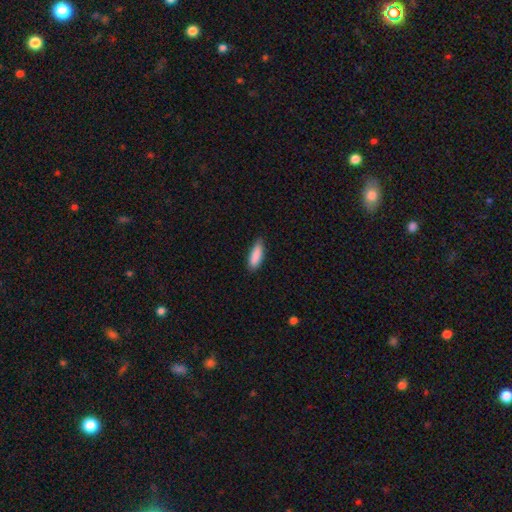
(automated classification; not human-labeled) This is clearly a smooth galaxy (89%). How rounded: possibly in between (53%). Merging: clearly none (80%).